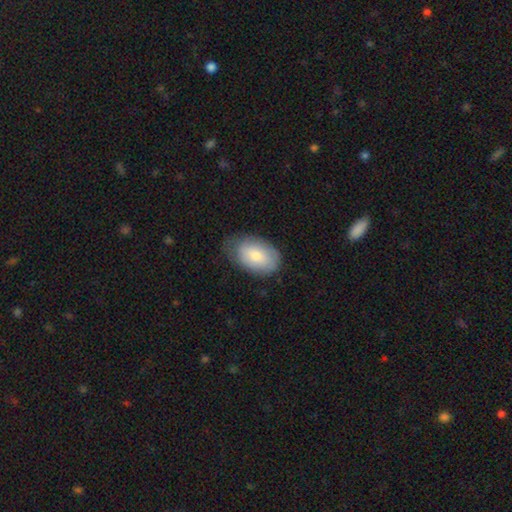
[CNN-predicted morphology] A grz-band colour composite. It shows a smooth galaxy with no disk features (79%) that is in between round and cigar-shaped (90%). Merging: none (65%).